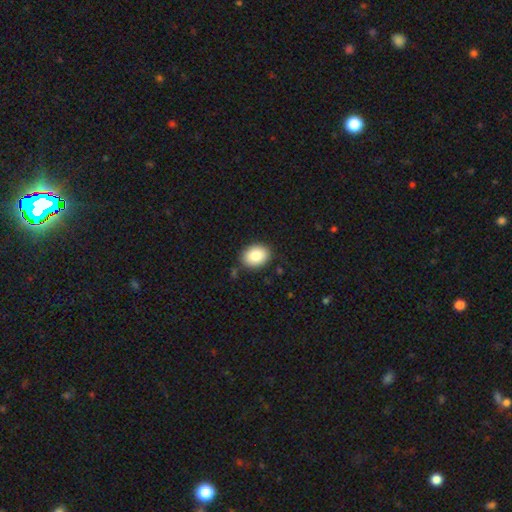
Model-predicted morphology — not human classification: Smooth or featured? Predicted: smooth (p=0.86). How rounded? Predicted: in between (p=0.66). Merging? Predicted: none (p=0.85).